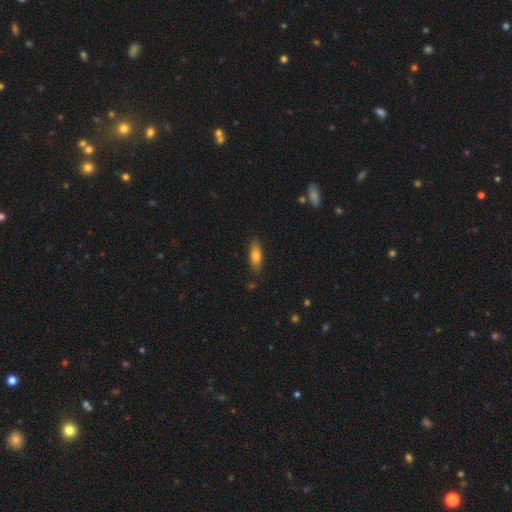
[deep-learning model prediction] Smooth or featured: smooth — 81% (featured or disk — 12%)
How rounded: in between — 67% (cigar-shaped — 31%)
Merging: none — 83% (minor disturbance — 13%)